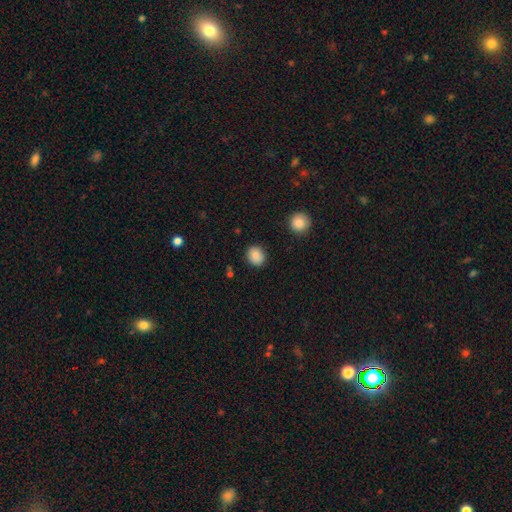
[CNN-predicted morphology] Smooth or featured? smooth (86%)
How rounded? round (75%)
Merging? none (88%)